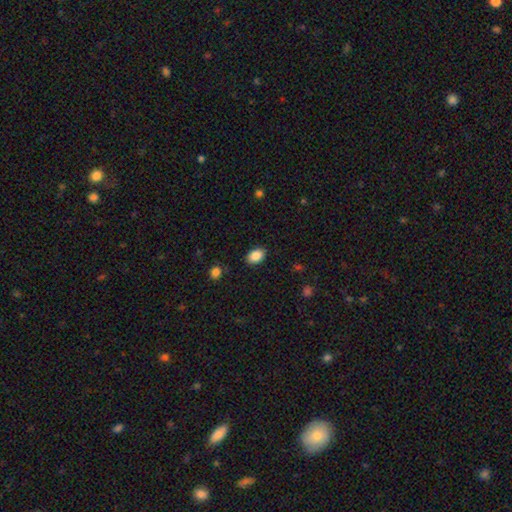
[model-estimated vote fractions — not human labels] A smooth galaxy with no disk features (87%) that is in between round and cigar-shaped (85%). Merging: none (87%).